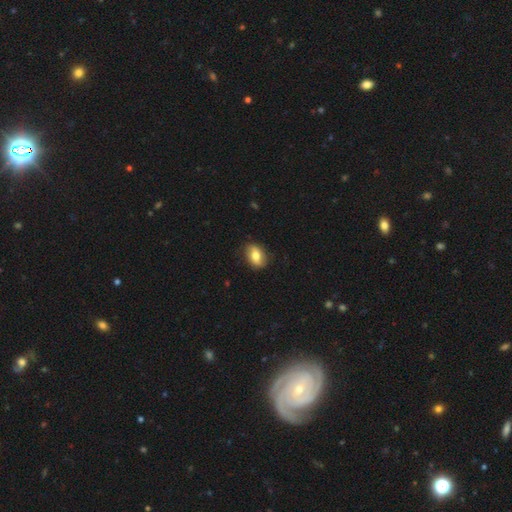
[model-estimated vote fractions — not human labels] smooth 73%, featured or disk 20%, star or artifact 7%. Down the decision tree: how rounded — in between (79%); merging — none (83%).